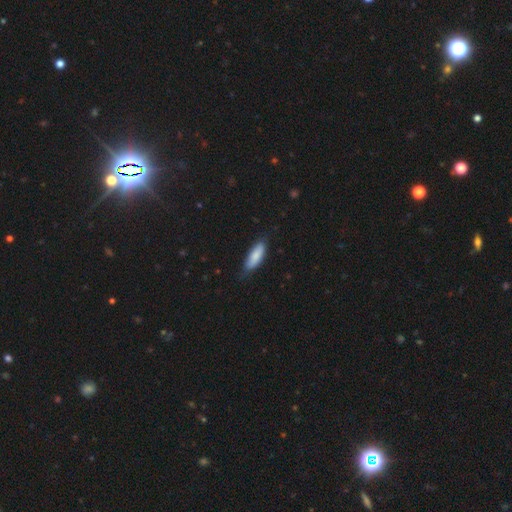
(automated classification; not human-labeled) Smooth or featured? Predicted: smooth (p=0.84). How rounded? Predicted: in between (p=0.62). Merging? Predicted: none (p=0.75).